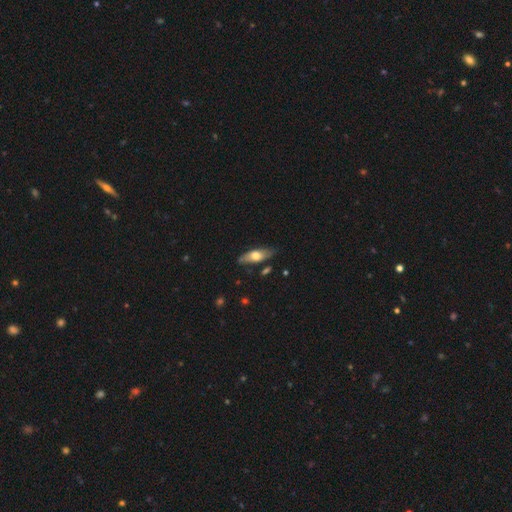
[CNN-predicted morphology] Smooth or featured? Predicted: smooth (p=0.57). How rounded? Predicted: in between (p=0.63). Merging? Predicted: none (p=0.77).